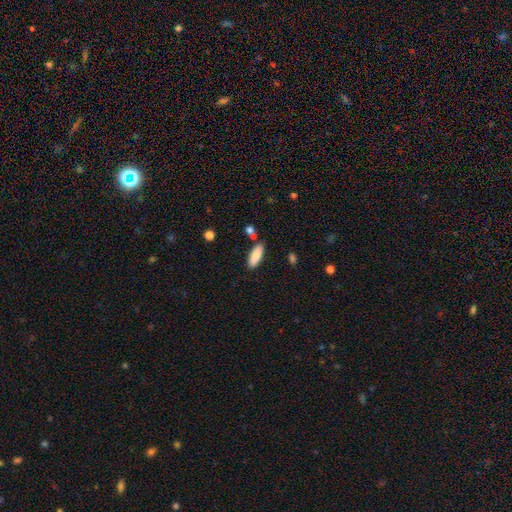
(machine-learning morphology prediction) This appears to be a smooth galaxy with no disk features (87%) that is in between round and cigar-shaped (66%). Merging: none (80%).